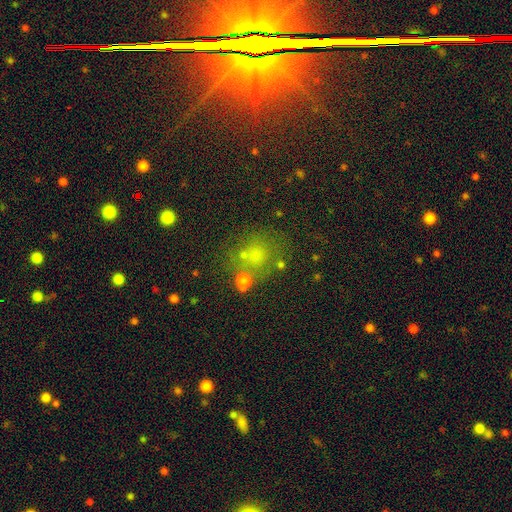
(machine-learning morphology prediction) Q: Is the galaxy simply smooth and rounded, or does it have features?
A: smooth — 62%.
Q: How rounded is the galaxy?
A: round — 80%.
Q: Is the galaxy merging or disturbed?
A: none — 62%.